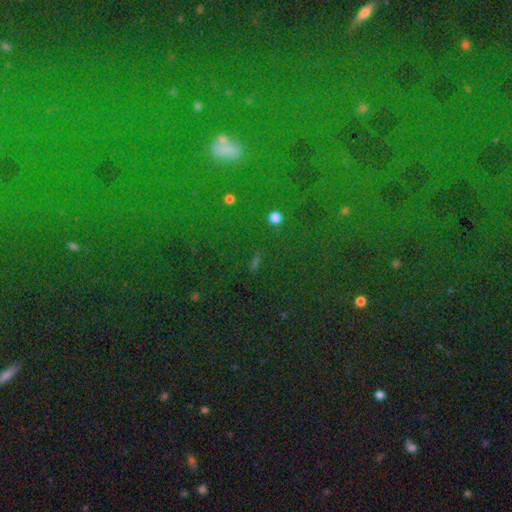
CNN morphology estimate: smooth_or_featured: star or artifact (p=0.76) [alt: smooth p=0.16]